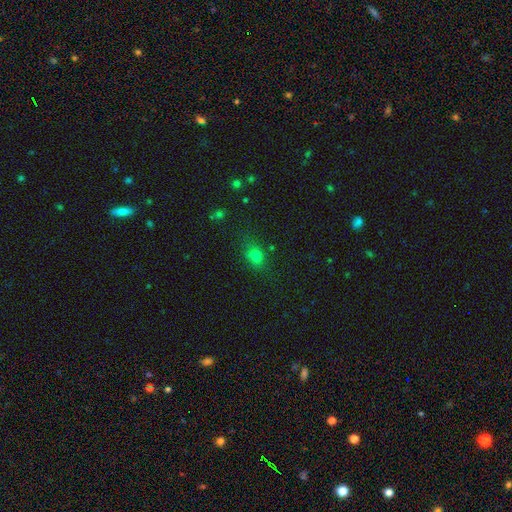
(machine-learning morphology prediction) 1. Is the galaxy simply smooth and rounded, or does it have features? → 73% smooth, 20% star or artifact, 8% featured or disk.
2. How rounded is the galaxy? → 61% in between, 36% round, 3% cigar-shaped.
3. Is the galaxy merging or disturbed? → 67% none, 20% minor disturbance, 8% major disturbance, 5% merger.